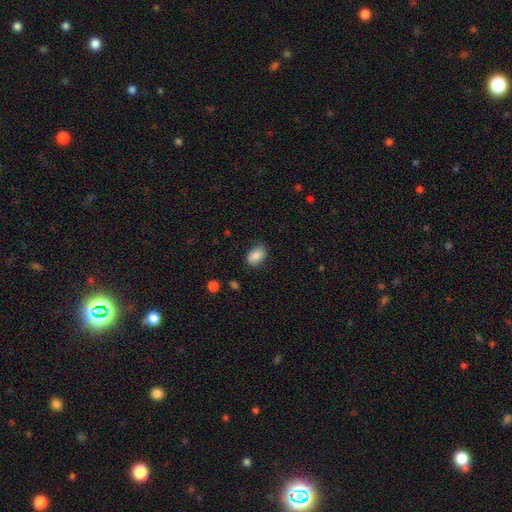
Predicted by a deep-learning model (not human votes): smooth-or-featured: smooth: 84% | featured or disk: 8% | star or artifact: 8%
  how-rounded: in between: 83% | round: 15% | cigar-shaped: 1%
  merging: none: 76% | minor disturbance: 19% | major disturbance: 4% | merger: 1%